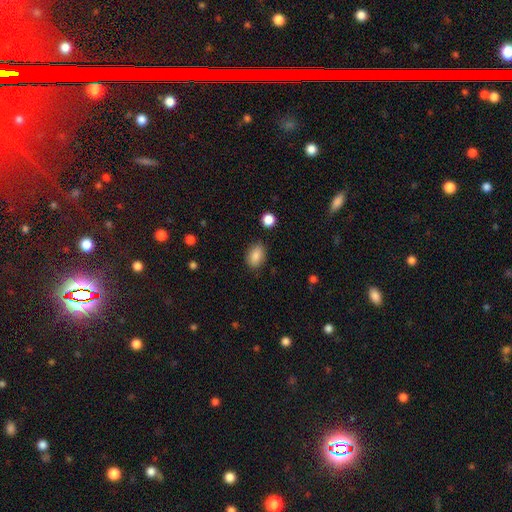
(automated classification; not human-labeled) Smooth or featured?
  - smooth: 86% *
  - star or artifact: 8%
  - featured or disk: 7%
How rounded?
  - in between: 84% *
  - round: 14%
  - cigar-shaped: 2%
Merging?
  - none: 82% *
  - minor disturbance: 14%
  - major disturbance: 3%
  - merger: 2%